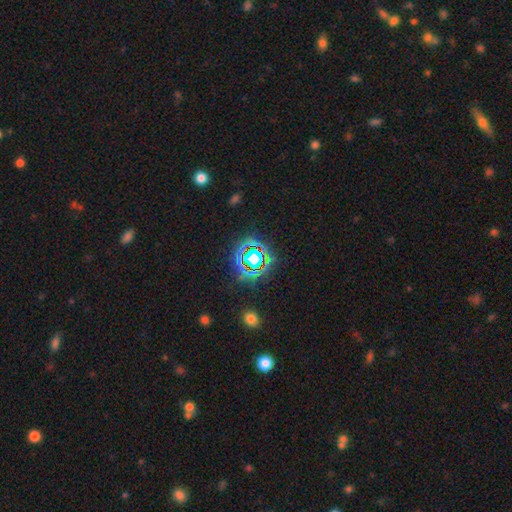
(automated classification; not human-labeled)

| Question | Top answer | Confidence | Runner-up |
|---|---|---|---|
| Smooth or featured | star or artifact | 71% | smooth (17%) |